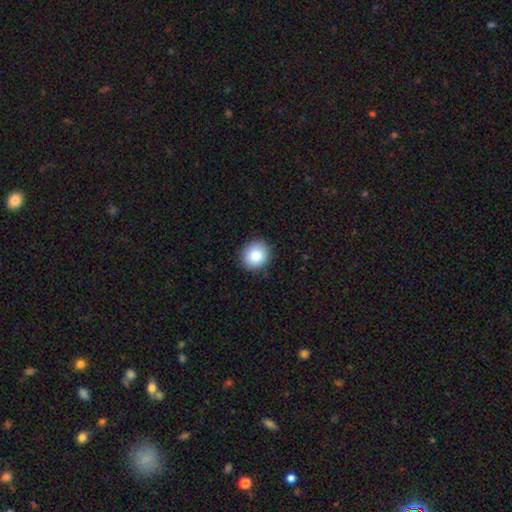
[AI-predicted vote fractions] Smooth or featured? smooth (86%)
How rounded? round (83%)
Merging? none (90%)